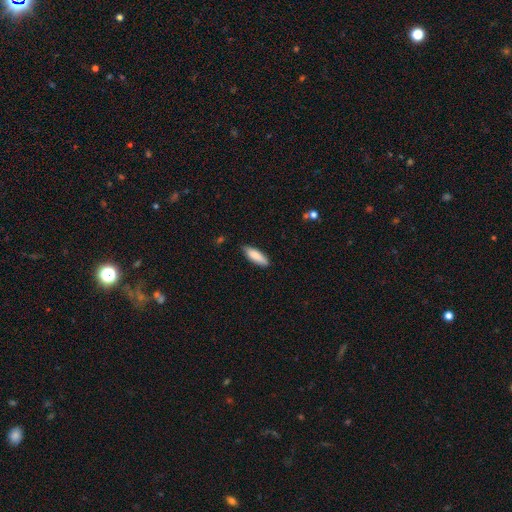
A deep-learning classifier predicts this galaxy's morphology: Q: Smooth or featured?
A: smooth (85%); runner-up: featured or disk (9%)
Q: How rounded?
A: in between (54%); runner-up: cigar-shaped (45%)
Q: Merging?
A: none (82%); runner-up: minor disturbance (14%)